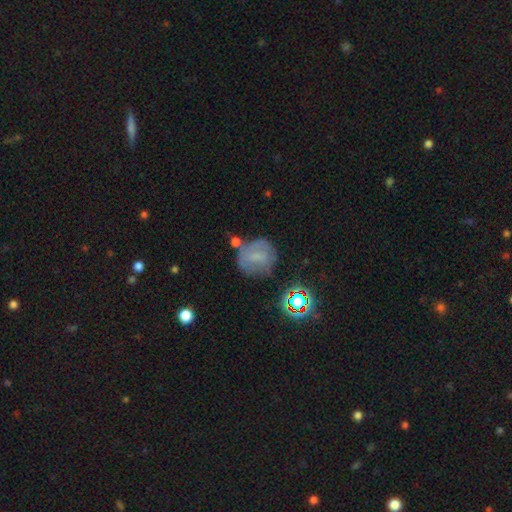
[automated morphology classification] A smooth galaxy with no disk features (48%). Merging: none (57%).